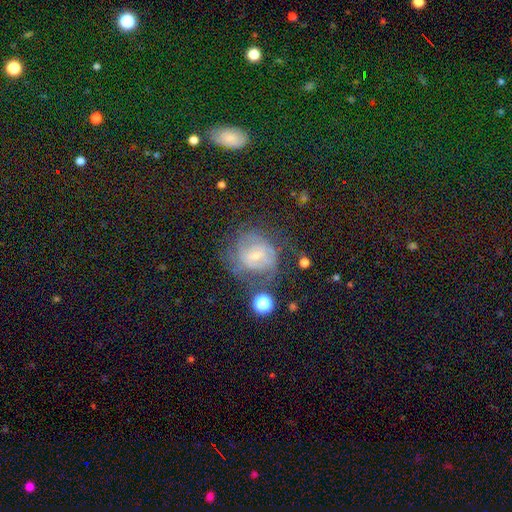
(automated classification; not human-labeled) Smooth or featured?
  - featured or disk: 64% *
  - smooth: 23%
  - star or artifact: 13%
Edge-on disk?
  - no: 97% *
  - yes: 3%
Bar?
  - weak: 47% *
  - no: 42%
  - strong: 11%
Spiral arms?
  - yes: 78% *
  - no: 22%
Bulge size?
  - small: 67% *
  - moderate: 25%
  - none: 4%
  - large: 2%
  - dominant: 1%
Merging?
  - none: 54% *
  - minor disturbance: 22%
  - major disturbance: 19%
  - merger: 5%